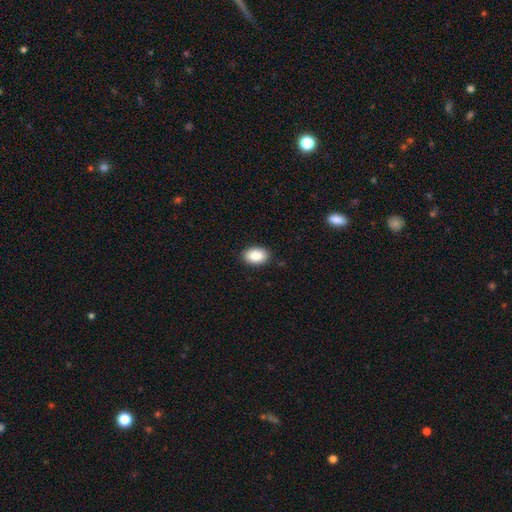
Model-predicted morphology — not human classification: Smooth or featured?
  - smooth: 89% *
  - star or artifact: 7%
  - featured or disk: 4%
How rounded?
  - in between: 87% *
  - round: 12%
  - cigar-shaped: 1%
Merging?
  - none: 89% *
  - minor disturbance: 8%
  - major disturbance: 2%
  - merger: 1%